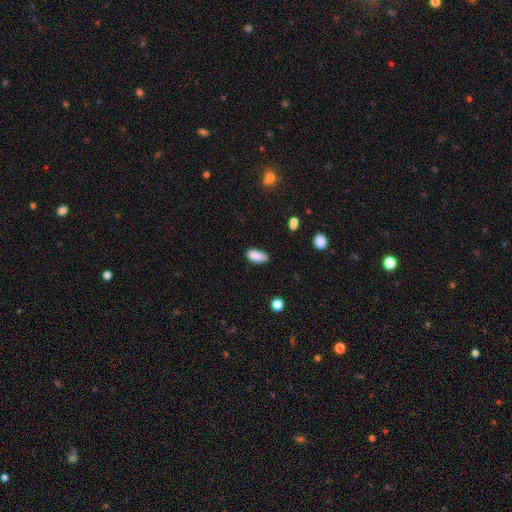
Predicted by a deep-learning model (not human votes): Smooth or featured: smooth — 87% (star or artifact — 9%)
How rounded: in between — 89% (cigar-shaped — 8%)
Merging: none — 63% (minor disturbance — 29%)